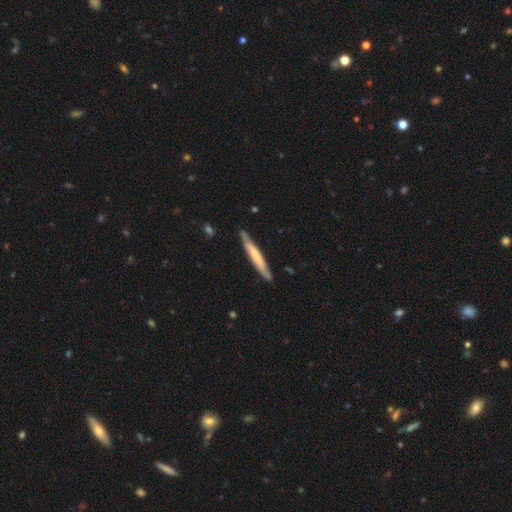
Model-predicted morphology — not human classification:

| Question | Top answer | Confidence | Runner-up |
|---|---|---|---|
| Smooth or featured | smooth | 51% | featured or disk (44%) |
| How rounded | cigar-shaped | 95% | in between (4%) |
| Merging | none | 82% | minor disturbance (14%) |